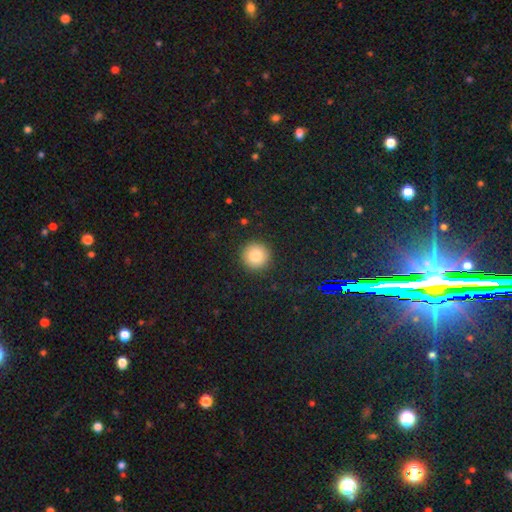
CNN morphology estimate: This is clearly a smooth galaxy (82%). How rounded: clearly round (96%). Merging: clearly none (92%).